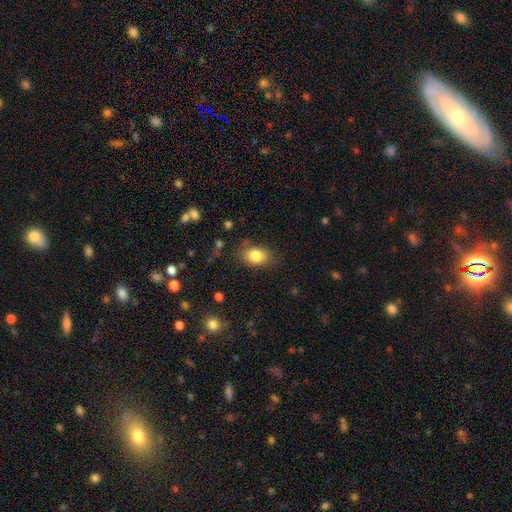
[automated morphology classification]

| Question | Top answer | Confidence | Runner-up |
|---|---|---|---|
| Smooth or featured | smooth | 84% | star or artifact (9%) |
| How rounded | in between | 76% | round (23%) |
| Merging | none | 80% | minor disturbance (14%) |